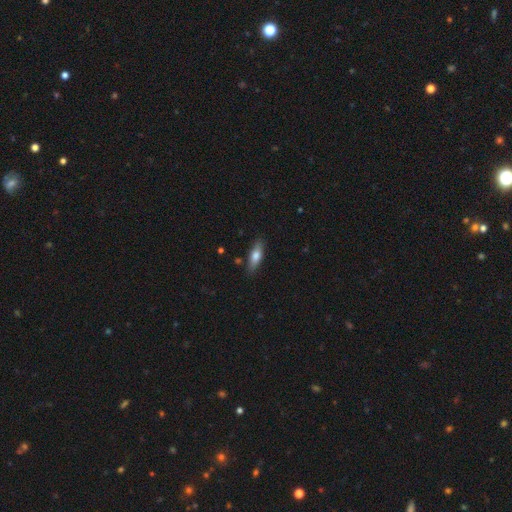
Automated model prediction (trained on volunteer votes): The model was most divided on "how rounded": in between: 55%, cigar-shaped: 43%, round: 3%. More confident: merging — none (84%); smooth or featured — smooth (67%).